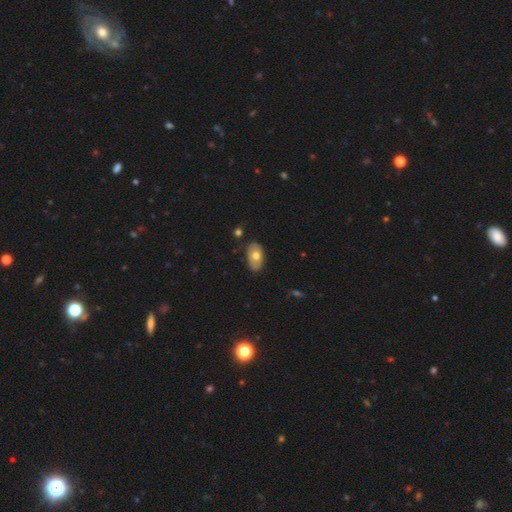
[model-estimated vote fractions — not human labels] smooth-or-featured: smooth: 67% | featured or disk: 26% | star or artifact: 7%
  how-rounded: in between: 92% | round: 6% | cigar-shaped: 2%
  merging: none: 76% | minor disturbance: 19% | major disturbance: 3% | merger: 2%